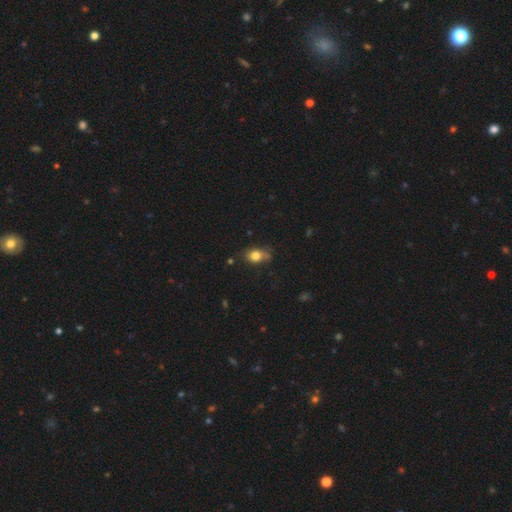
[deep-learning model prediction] A smooth galaxy with no disk features (79%) that is in between round and cigar-shaped (57%).

Vote fractions:
- Smooth or featured? smooth: 79% / star or artifact: 11% / featured or disk: 10%
- How rounded? in between: 57% / round: 40% / cigar-shaped: 2%
- Merging? none: 62% / minor disturbance: 25% / major disturbance: 7% / merger: 6%